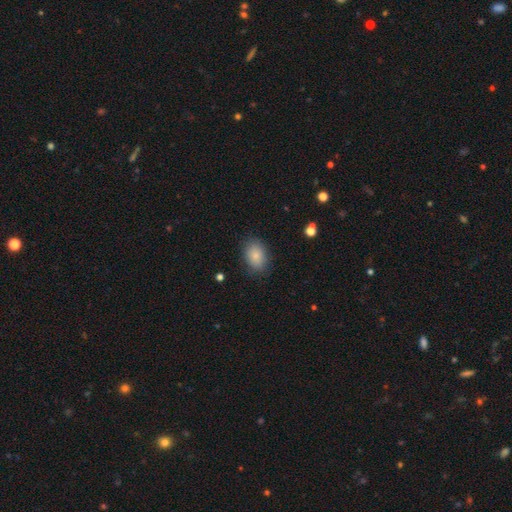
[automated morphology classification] Overall: smooth (84%). How rounded: in between (77%). Merging: none (84%).